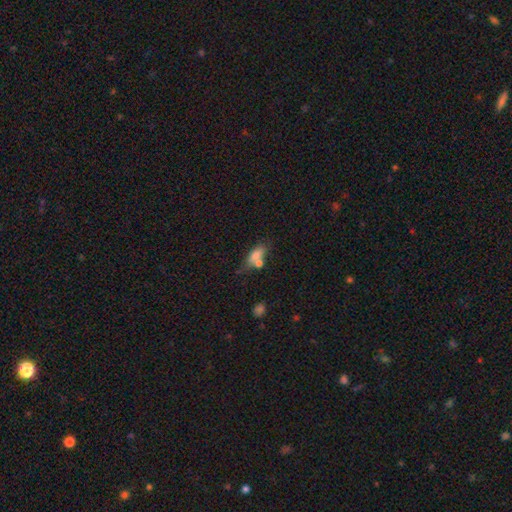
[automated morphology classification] This is likely a smooth galaxy (73%). How rounded: likely in between (72%). Merging: possibly none (49%).